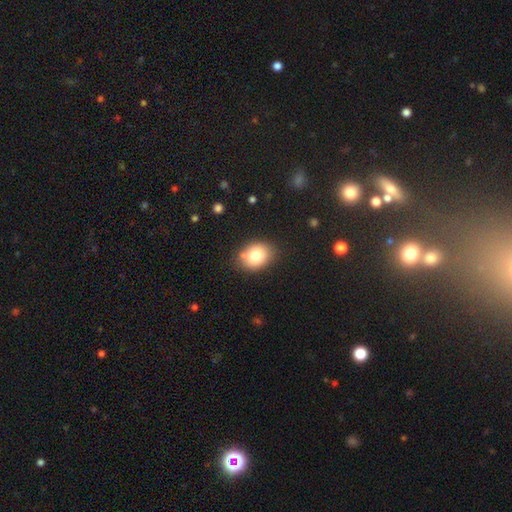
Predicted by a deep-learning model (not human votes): Overall: smooth (79%). How rounded: in between (57%; round 42%). Merging: none (79%).